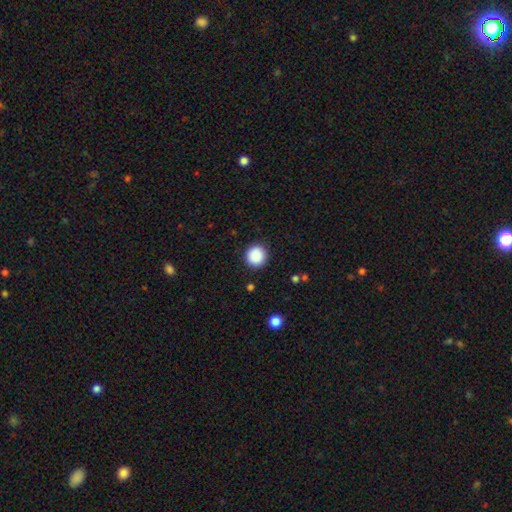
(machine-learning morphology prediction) Smooth or featured? smooth (89%)
How rounded? round (95%)
Merging? none (91%)